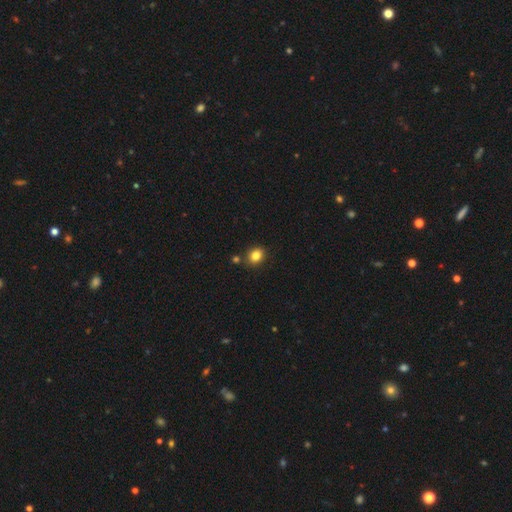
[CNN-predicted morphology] smooth-or-featured: smooth: 83% | star or artifact: 11% | featured or disk: 6%
  how-rounded: round: 60% | in between: 39% | cigar-shaped: 1%
  merging: none: 81% | minor disturbance: 10% | merger: 7% | major disturbance: 2%